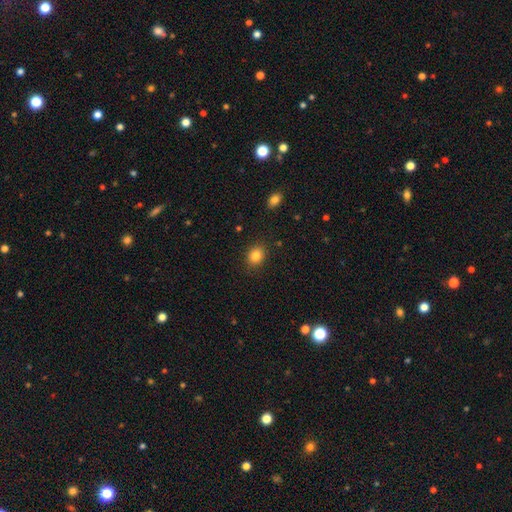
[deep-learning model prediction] Smooth or featured?
  - smooth: 84% *
  - star or artifact: 10%
  - featured or disk: 6%
How rounded?
  - round: 54% *
  - in between: 45%
  - cigar-shaped: 1%
Merging?
  - none: 87% *
  - minor disturbance: 9%
  - major disturbance: 3%
  - merger: 1%